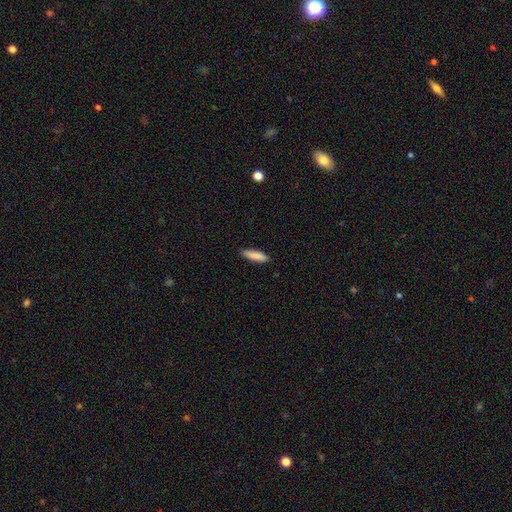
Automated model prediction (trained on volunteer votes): This appears to be a smooth galaxy with no disk features (88%) that is cigar-shaped (68%). Merging: none (89%).